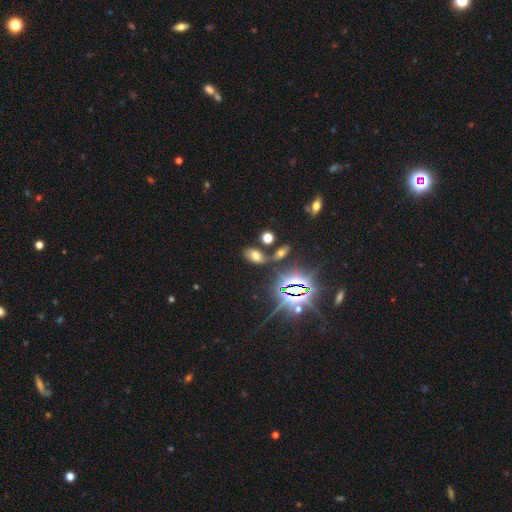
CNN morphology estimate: This is possibly a smooth galaxy (53%). How rounded: clearly in between (90%). Merging: likely none (68%).